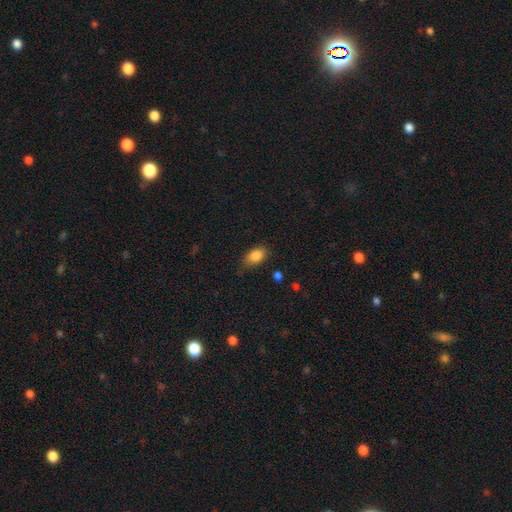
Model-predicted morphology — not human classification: This appears to be a smooth galaxy with no disk features (86%) that is in between round and cigar-shaped (87%). Merging: none (72%).